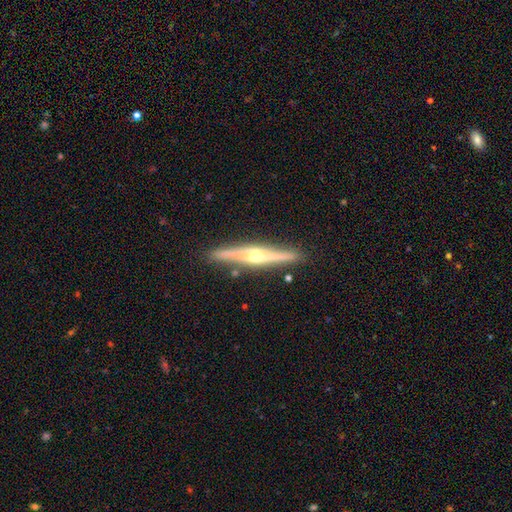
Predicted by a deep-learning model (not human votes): The model was most divided on "smooth or featured": featured or disk: 79%, smooth: 16%, star or artifact: 5%. More confident: edge-on disk — yes (97%); edge-on bulge — rounded (90%); merging — none (87%).